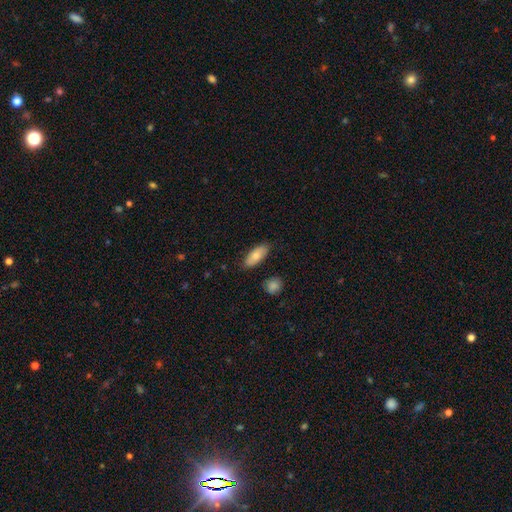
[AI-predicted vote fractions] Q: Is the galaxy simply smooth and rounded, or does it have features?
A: smooth — 76%.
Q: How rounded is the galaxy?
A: in between — 83%.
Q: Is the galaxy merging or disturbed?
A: none — 83%.